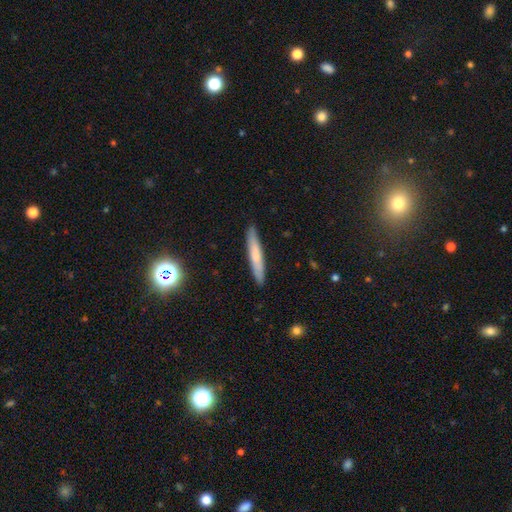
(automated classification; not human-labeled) Q: Smooth or featured?
A: smooth (66%); runner-up: featured or disk (27%)
Q: How rounded?
A: cigar-shaped (93%); runner-up: in between (6%)
Q: Merging?
A: none (90%); runner-up: minor disturbance (7%)